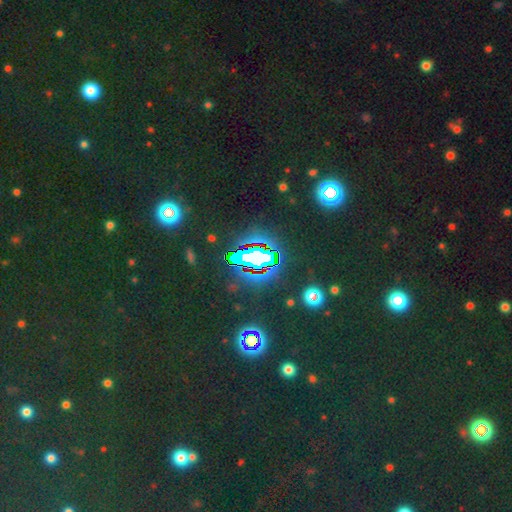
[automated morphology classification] This appears to be a star or artifact, not a galaxy (73%).